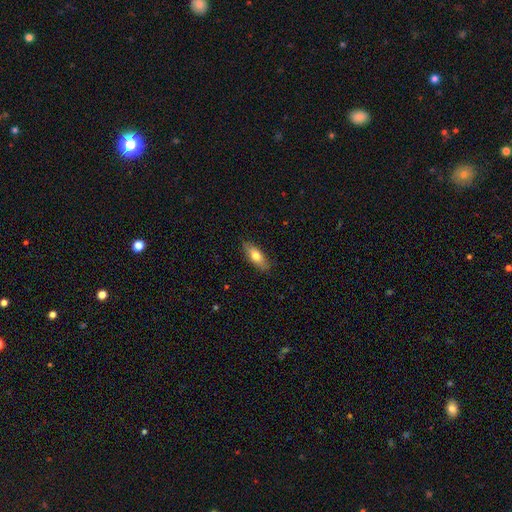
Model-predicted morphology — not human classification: smooth 70%, featured or disk 24%, star or artifact 6%. Down the decision tree: how rounded — in between (68%); merging — none (85%).